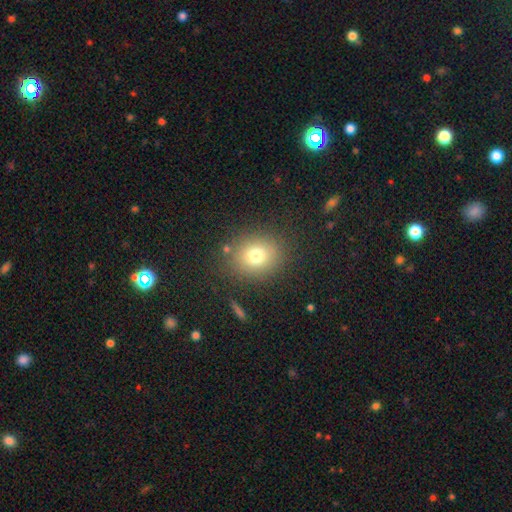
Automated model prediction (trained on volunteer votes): smooth_or_featured: smooth (p=0.75) [alt: star or artifact p=0.14]
how_rounded: round (p=0.71) [alt: in between p=0.28]
merging: none (p=0.83) [alt: minor disturbance p=0.10]